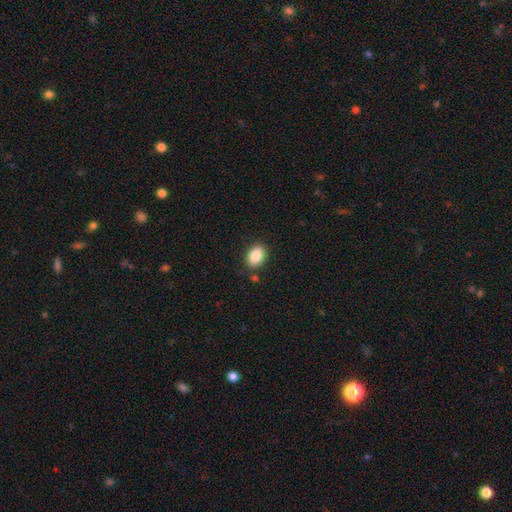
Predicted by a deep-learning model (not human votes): Q: Smooth or featured?
A: smooth (87%); runner-up: star or artifact (8%)
Q: How rounded?
A: in between (84%); runner-up: round (14%)
Q: Merging?
A: none (85%); runner-up: minor disturbance (10%)